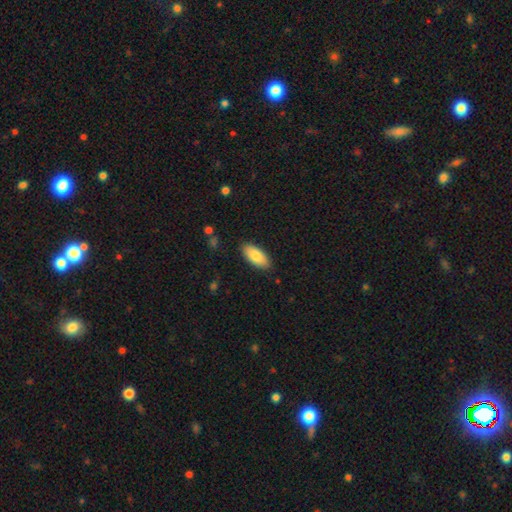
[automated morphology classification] Overall: smooth (84%). How rounded: in between (90%). Merging: none (87%).